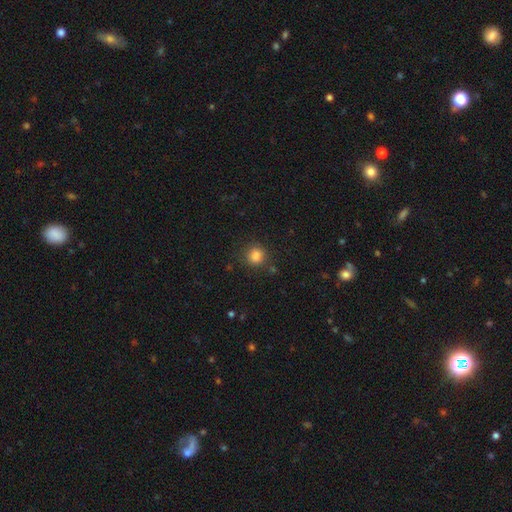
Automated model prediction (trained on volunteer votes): A smooth galaxy with no disk features (84%) that is round (86%).

Vote fractions:
- Smooth or featured? smooth: 84% / star or artifact: 12% / featured or disk: 4%
- How rounded? round: 86% / in between: 13% / cigar-shaped: 1%
- Merging? none: 83% / minor disturbance: 11% / major disturbance: 4% / merger: 3%